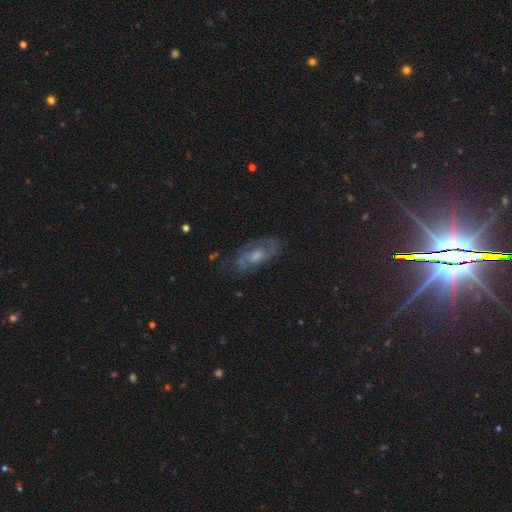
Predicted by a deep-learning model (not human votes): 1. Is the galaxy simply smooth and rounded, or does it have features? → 74% featured or disk, 15% star or artifact, 11% smooth.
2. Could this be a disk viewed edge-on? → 94% no, 6% yes.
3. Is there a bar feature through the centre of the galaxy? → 50% no, 41% weak, 8% strong.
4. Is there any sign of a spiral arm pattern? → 92% yes, 8% no.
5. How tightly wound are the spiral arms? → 49% medium, 37% tight, 14% loose.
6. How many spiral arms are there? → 79% 2, 11% can't tell, 3% 3, 3% 1, 2% 4, 2% more than 4.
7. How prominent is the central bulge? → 54% moderate, 25% small, 12% large, 7% none, 2% dominant.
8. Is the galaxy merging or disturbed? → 79% none, 14% minor disturbance, 5% major disturbance, 2% merger.